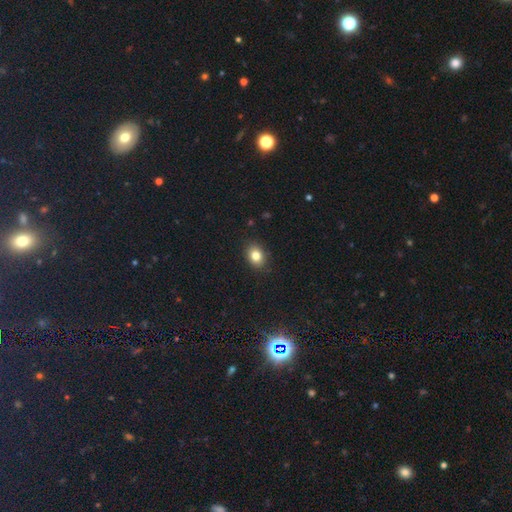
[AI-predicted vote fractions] This appears to be a smooth galaxy with no disk features (82%) that is in between round and cigar-shaped (58%). Merging: none (88%).